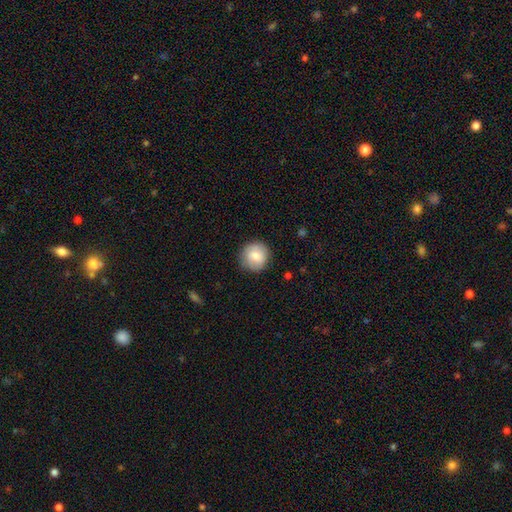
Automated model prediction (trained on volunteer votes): Smooth or featured?
  - smooth: 79% *
  - featured or disk: 13%
  - star or artifact: 7%
How rounded?
  - round: 92% *
  - in between: 7%
  - cigar-shaped: 1%
Merging?
  - none: 85% *
  - minor disturbance: 11%
  - major disturbance: 3%
  - merger: 1%